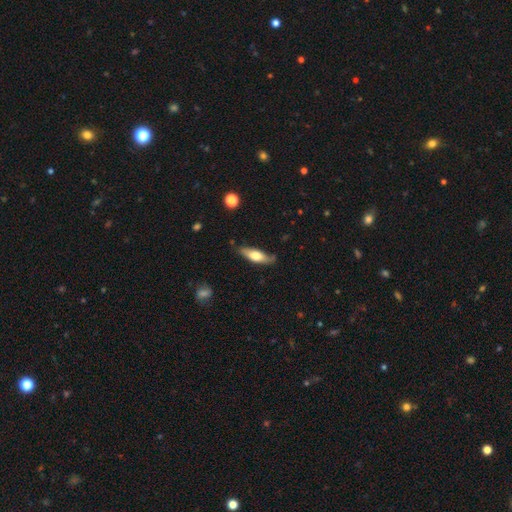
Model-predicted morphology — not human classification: type=smooth (58%); roundness=in between (51%); merging=none (75%).